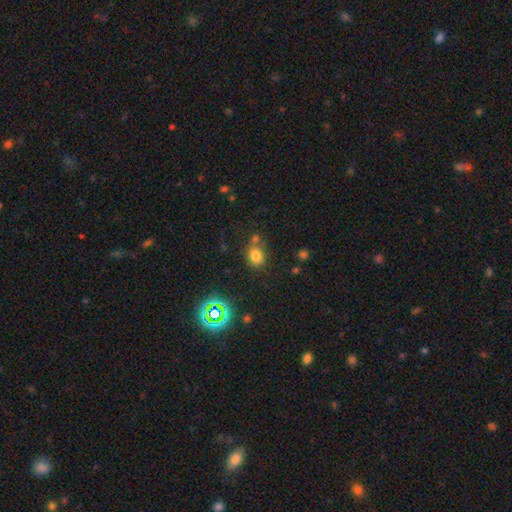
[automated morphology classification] Smooth or featured?
  - smooth: 75% *
  - star or artifact: 17%
  - featured or disk: 8%
How rounded?
  - round: 62% *
  - in between: 37%
  - cigar-shaped: 1%
Merging?
  - none: 65% *
  - merger: 16%
  - minor disturbance: 13%
  - major disturbance: 5%